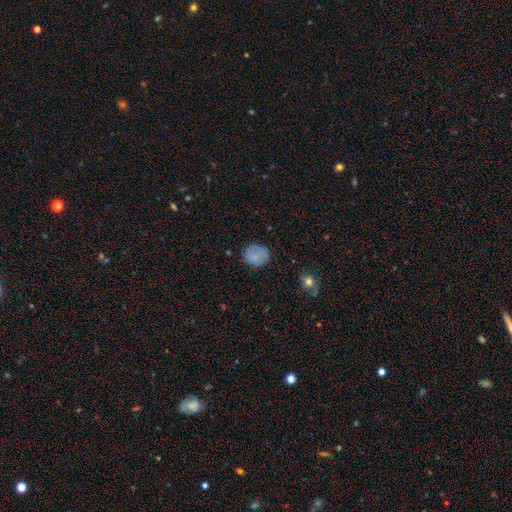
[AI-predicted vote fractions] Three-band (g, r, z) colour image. It shows a smooth galaxy with no disk features (81%) that is round (72%). Merging: none (77%).